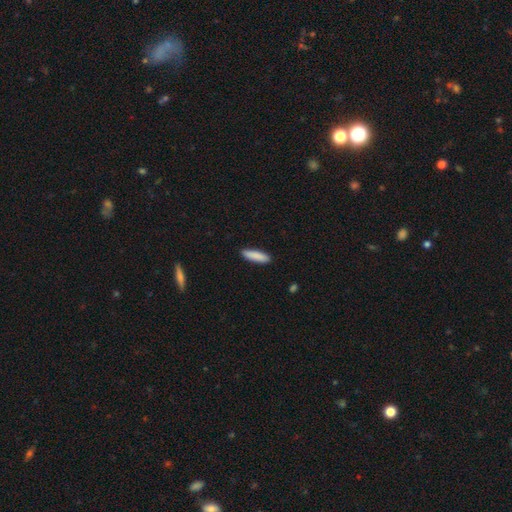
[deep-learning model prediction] The model was most divided on "how rounded": cigar-shaped: 72%, in between: 27%, round: 1%. More confident: merging — none (89%); smooth or featured — smooth (87%).